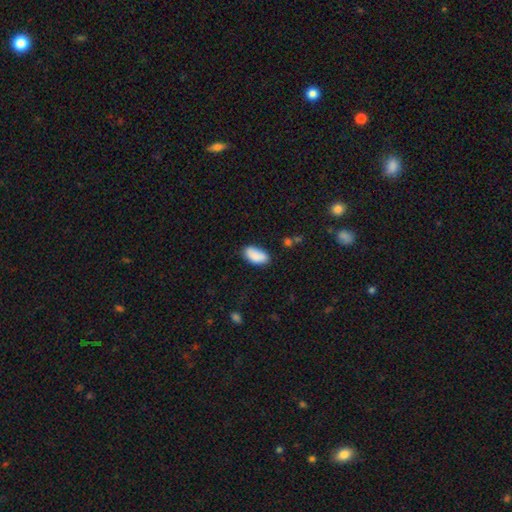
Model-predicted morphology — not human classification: This appears to be a smooth galaxy with no disk features (88%) that is in between round and cigar-shaped (94%). Merging: none (74%).